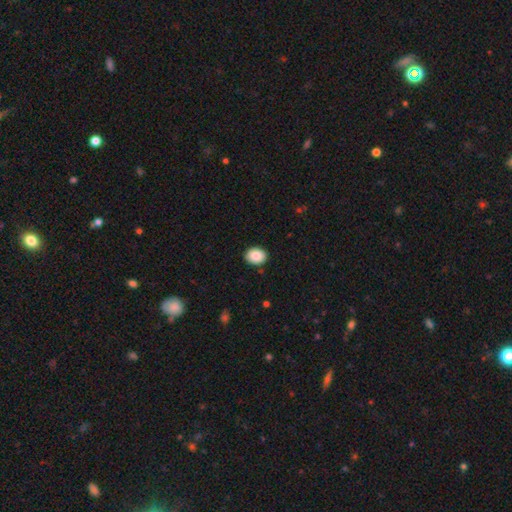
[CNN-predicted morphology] Smooth or featured?
  - smooth: 87% *
  - star or artifact: 7%
  - featured or disk: 5%
How rounded?
  - in between: 57% *
  - round: 42%
  - cigar-shaped: 1%
Merging?
  - none: 89% *
  - minor disturbance: 8%
  - major disturbance: 2%
  - merger: 1%